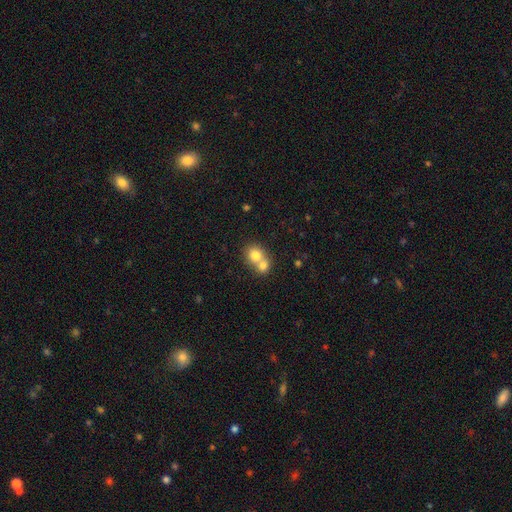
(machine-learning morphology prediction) Smooth or featured?
  - smooth: 77% *
  - featured or disk: 14%
  - star or artifact: 10%
How rounded?
  - round: 74% *
  - in between: 25%
  - cigar-shaped: 1%
Merging?
  - merger: 64% *
  - none: 29%
  - minor disturbance: 5%
  - major disturbance: 2%